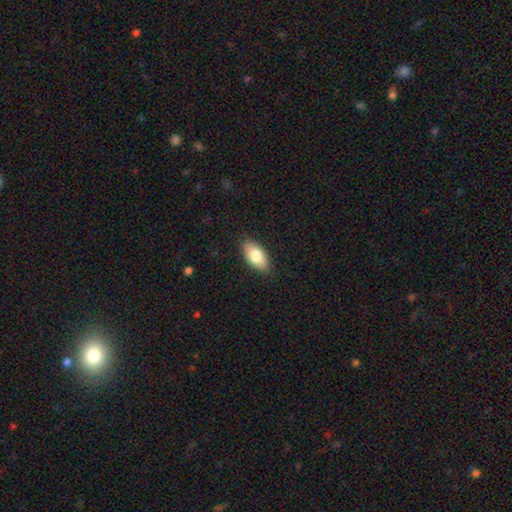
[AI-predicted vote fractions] Smooth or featured: smooth — 80% (featured or disk — 14%)
How rounded: in between — 91% (cigar-shaped — 6%)
Merging: none — 88% (minor disturbance — 9%)